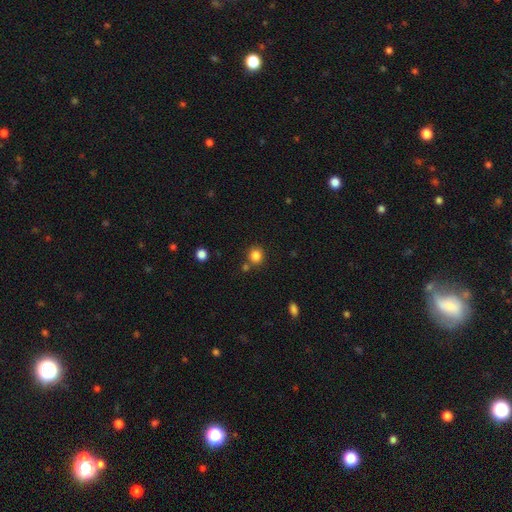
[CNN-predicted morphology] A smooth galaxy with no disk features (84%) that is round (88%). Merging: none (76%).